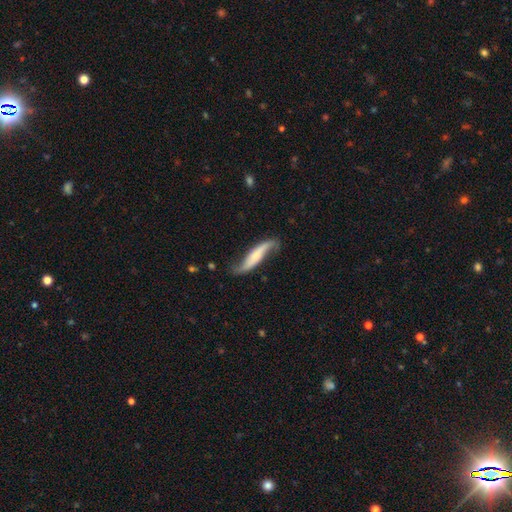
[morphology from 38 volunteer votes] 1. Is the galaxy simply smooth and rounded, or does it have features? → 76% featured or disk, 21% smooth, 3% star or artifact.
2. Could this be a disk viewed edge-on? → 79% no, 21% yes.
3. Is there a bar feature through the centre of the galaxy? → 61% no, 22% strong, 17% weak.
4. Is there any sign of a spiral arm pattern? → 91% yes, 9% no.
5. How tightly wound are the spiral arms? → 86% loose, 10% medium, 5% tight.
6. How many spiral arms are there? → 95% 2, 5% can't tell, 0% 1, 0% 3, 0% 4, 0% more than 4.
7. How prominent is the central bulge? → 61% small, 22% moderate, 9% none, 4% dominant, 4% large.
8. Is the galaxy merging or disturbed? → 59% none, 30% minor disturbance, 5% major disturbance, 5% merger.